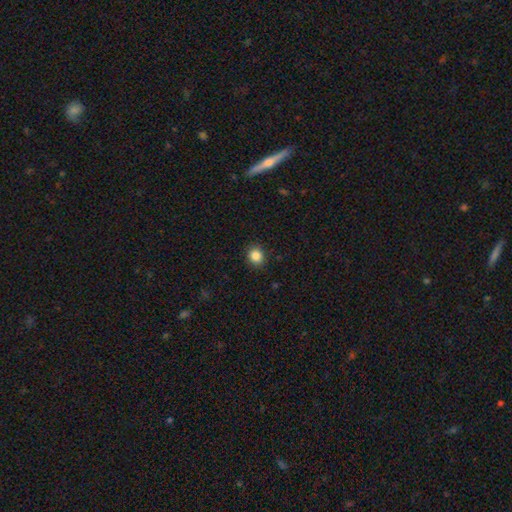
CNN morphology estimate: A smooth galaxy with no disk features (85%) that is round (77%).

Vote fractions:
- Smooth or featured? smooth: 85% / star or artifact: 11% / featured or disk: 5%
- How rounded? round: 77% / in between: 22% / cigar-shaped: 1%
- Merging? none: 90% / minor disturbance: 7% / major disturbance: 2% / merger: 1%